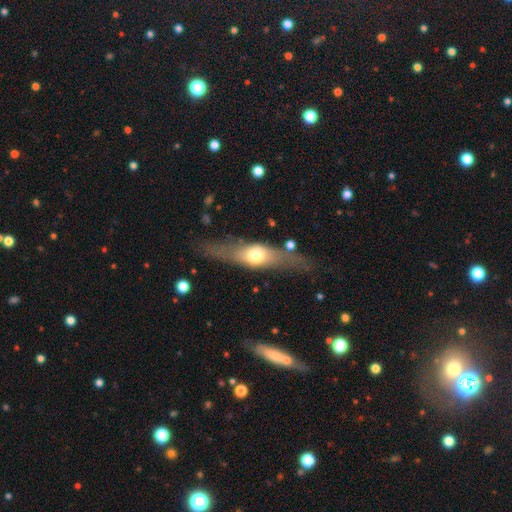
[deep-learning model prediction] A featured or disk galaxy (54%) viewed edge-on (77%).

Vote fractions:
- Smooth or featured? featured or disk: 54% / smooth: 40% / star or artifact: 6%
- Edge-on disk? yes: 77% / no: 23%
- Merging? none: 72% / minor disturbance: 16% / major disturbance: 8% / merger: 4%